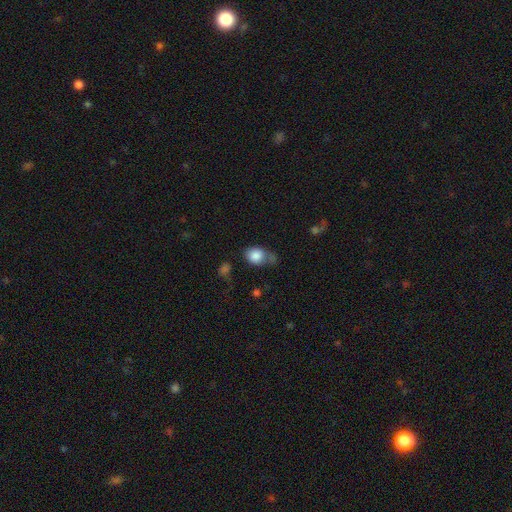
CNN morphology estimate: Q: Smooth or featured?
A: smooth (84%); runner-up: star or artifact (8%)
Q: How rounded?
A: in between (52%); runner-up: round (47%)
Q: Merging?
A: none (41%); runner-up: minor disturbance (32%)